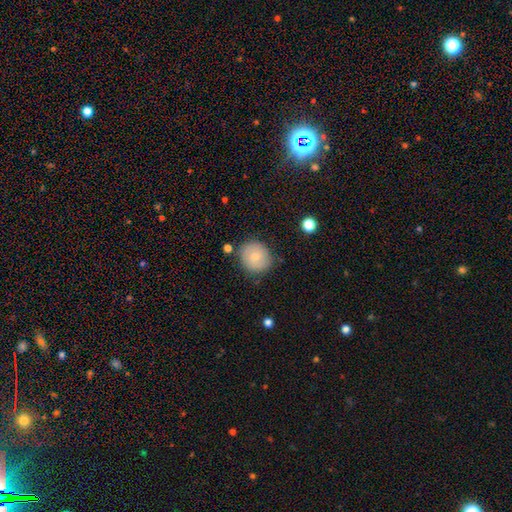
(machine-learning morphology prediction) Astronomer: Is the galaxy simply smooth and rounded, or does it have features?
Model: smooth — 76%.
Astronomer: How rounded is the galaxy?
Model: round — 87%.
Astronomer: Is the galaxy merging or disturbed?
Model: none — 79%.